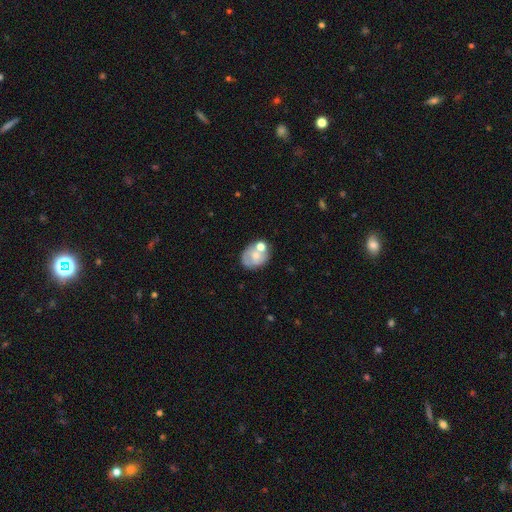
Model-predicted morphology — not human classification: A smooth galaxy with no disk features (52%) that is in between round and cigar-shaped (57%).

Vote fractions:
- Smooth or featured? smooth: 52% / featured or disk: 39% / star or artifact: 9%
- How rounded? in between: 57% / round: 42% / cigar-shaped: 1%
- Merging? none: 45% / merger: 27% / minor disturbance: 20% / major disturbance: 9%